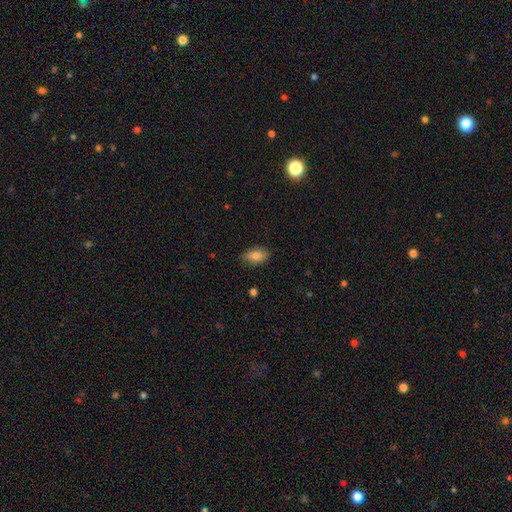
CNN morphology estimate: smooth-or-featured: smooth: 82% | featured or disk: 11% | star or artifact: 8%
  how-rounded: in between: 91% | round: 7% | cigar-shaped: 3%
  merging: none: 85% | minor disturbance: 12% | major disturbance: 2% | merger: 1%